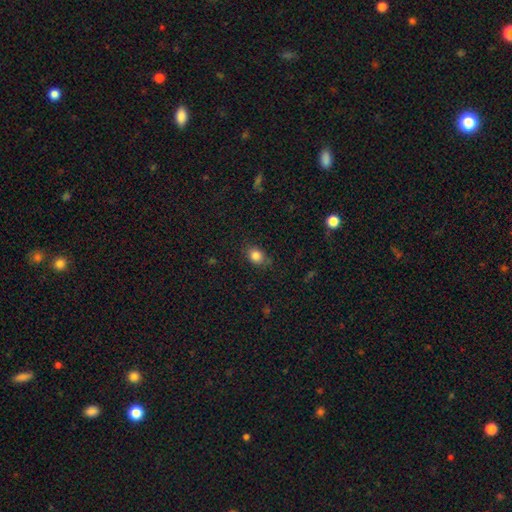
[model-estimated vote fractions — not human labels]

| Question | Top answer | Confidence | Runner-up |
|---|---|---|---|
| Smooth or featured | smooth | 84% | star or artifact (11%) |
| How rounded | round | 52% | in between (47%) |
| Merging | none | 77% | minor disturbance (17%) |